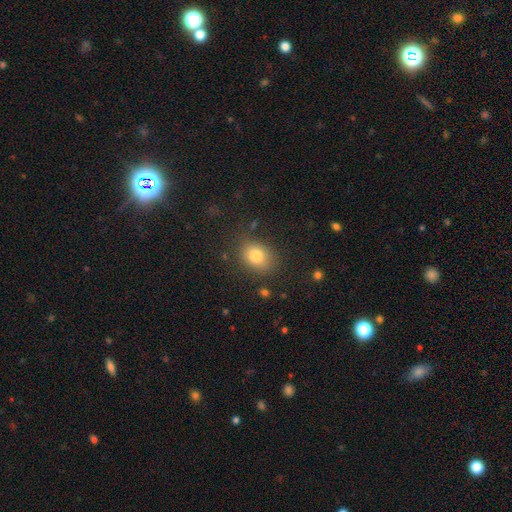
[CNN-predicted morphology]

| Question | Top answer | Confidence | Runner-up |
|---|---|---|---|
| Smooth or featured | smooth | 79% | star or artifact (12%) |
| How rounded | in between | 60% | round (39%) |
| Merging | none | 81% | minor disturbance (13%) |